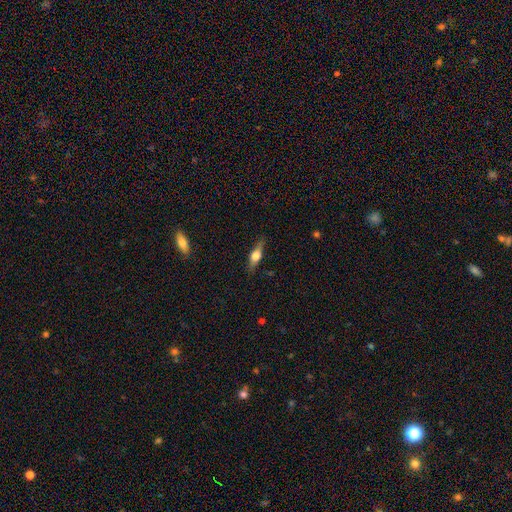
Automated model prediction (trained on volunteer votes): Morphology: type=featured or disk (53%); edge-on=yes (94%); merging=none (83%).